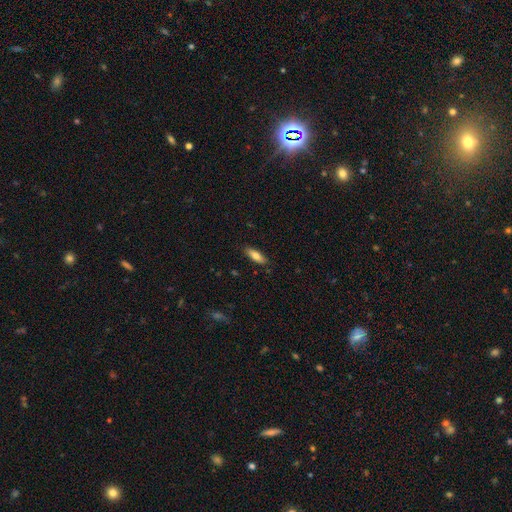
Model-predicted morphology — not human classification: This appears to be a smooth galaxy with no disk features (79%) that is in between round and cigar-shaped (63%). Merging: none (87%).